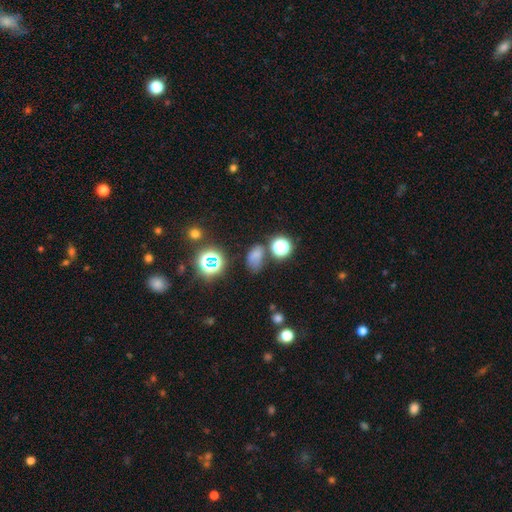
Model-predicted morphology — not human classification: Smooth or featured: smooth — 62% (star or artifact — 27%)
How rounded: in between — 78% (round — 20%)
Merging: none — 52% (minor disturbance — 25%)